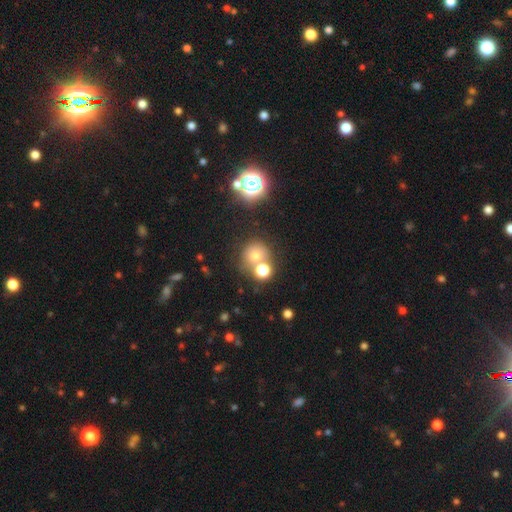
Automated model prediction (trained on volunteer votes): A smooth galaxy with no disk features (66%) that is round (87%). Merging: none (59%).